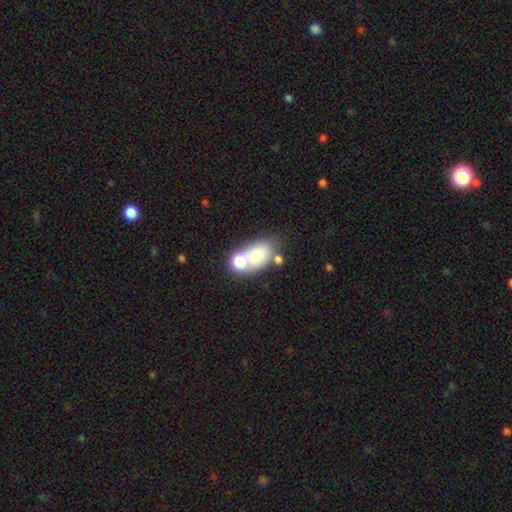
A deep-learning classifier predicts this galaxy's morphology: Smooth or featured: smooth — 72% (featured or disk — 17%)
How rounded: in between — 82% (round — 16%)
Merging: none — 39% (merger — 37%)